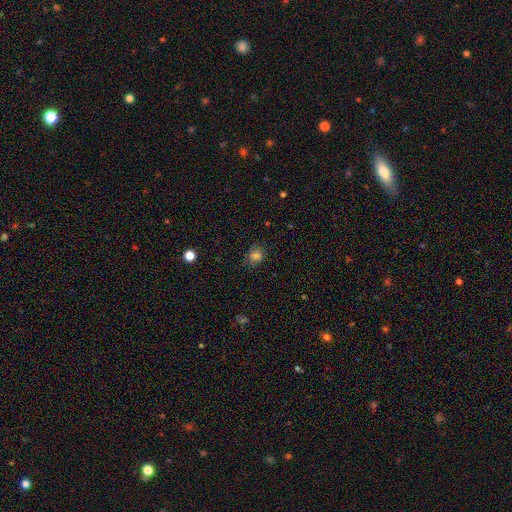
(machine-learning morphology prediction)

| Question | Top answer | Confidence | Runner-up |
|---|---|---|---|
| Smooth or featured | smooth | 77% | star or artifact (15%) |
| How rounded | round | 55% | in between (44%) |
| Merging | none | 75% | minor disturbance (18%) |